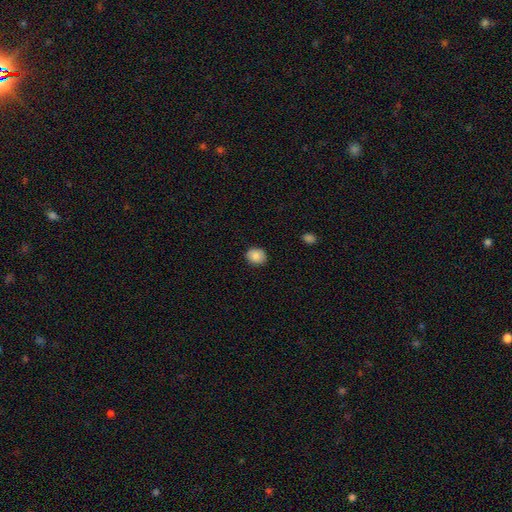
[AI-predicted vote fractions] Smooth or featured? Predicted: smooth (p=0.85). How rounded? Predicted: round (p=0.70). Merging? Predicted: none (p=0.88).